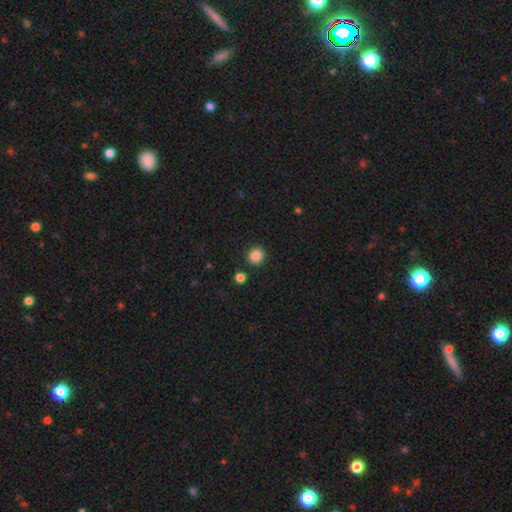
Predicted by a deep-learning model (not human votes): This is clearly a smooth galaxy (86%). How rounded: clearly round (92%). Merging: clearly none (89%).